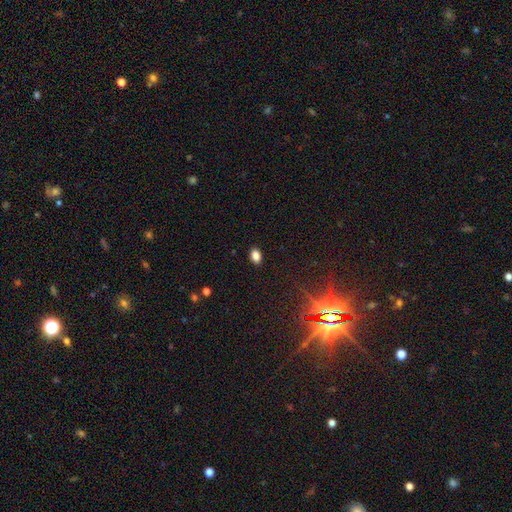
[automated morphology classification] smooth_or_featured: smooth (p=0.84) [alt: star or artifact p=0.12]
how_rounded: in between (p=0.84) [alt: round p=0.14]
merging: none (p=0.89) [alt: minor disturbance p=0.08]